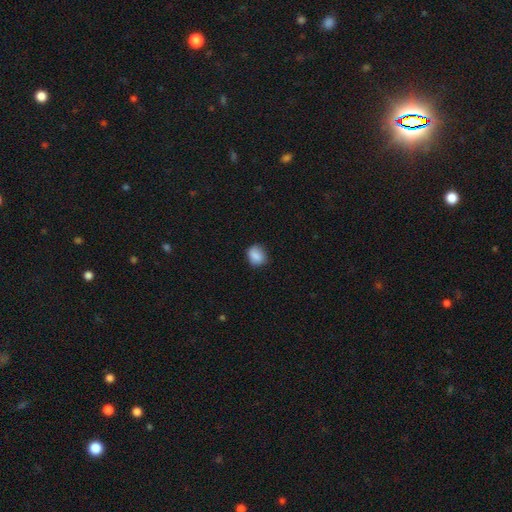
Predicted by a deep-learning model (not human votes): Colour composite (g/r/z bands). It shows a smooth galaxy with no disk features (86%) that is round (62%). Merging: none (74%).